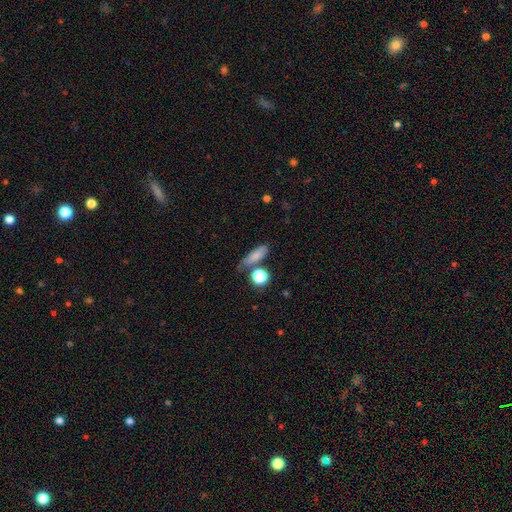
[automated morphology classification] Smooth or featured: smooth — 78% (featured or disk — 12%)
How rounded: in between — 47% (cigar-shaped — 42%)
Merging: none — 61% (minor disturbance — 19%)